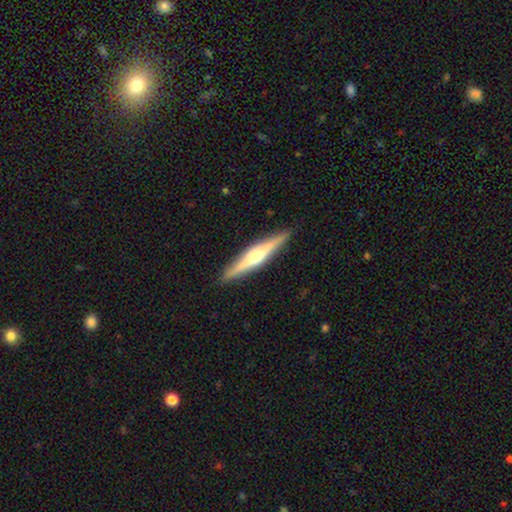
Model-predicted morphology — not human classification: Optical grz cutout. It shows a featured or disk galaxy (72%) viewed edge-on (98%) with a rounded central bulge (88%). Merging: none (92%).